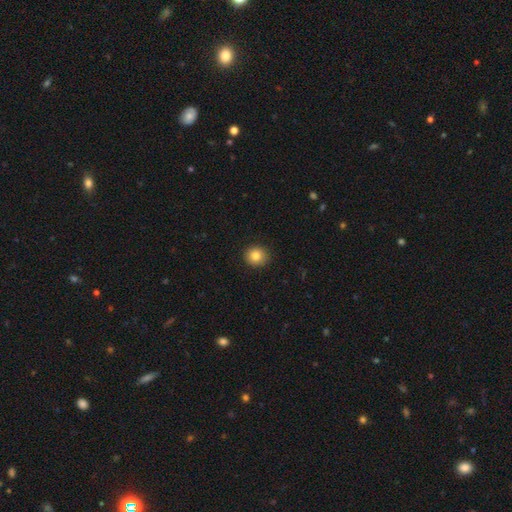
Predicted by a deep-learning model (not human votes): Overall: smooth (83%). How rounded: round (89%). Merging: none (92%).